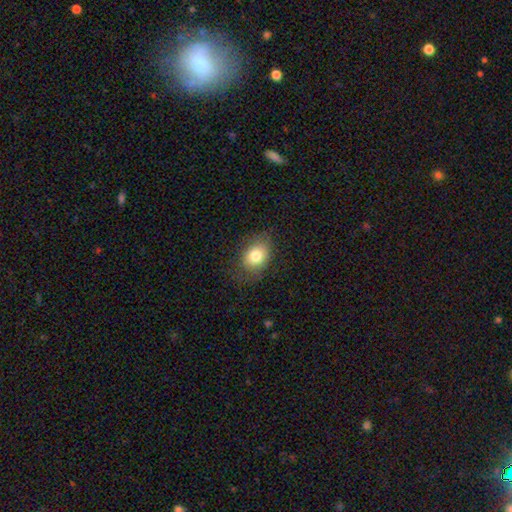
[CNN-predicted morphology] A smooth galaxy with no disk features (80%) that is in between round and cigar-shaped (68%).

Vote fractions:
- Smooth or featured? smooth: 80% / featured or disk: 11% / star or artifact: 9%
- How rounded? in between: 68% / round: 31% / cigar-shaped: 1%
- Merging? none: 72% / minor disturbance: 20% / major disturbance: 7% / merger: 1%